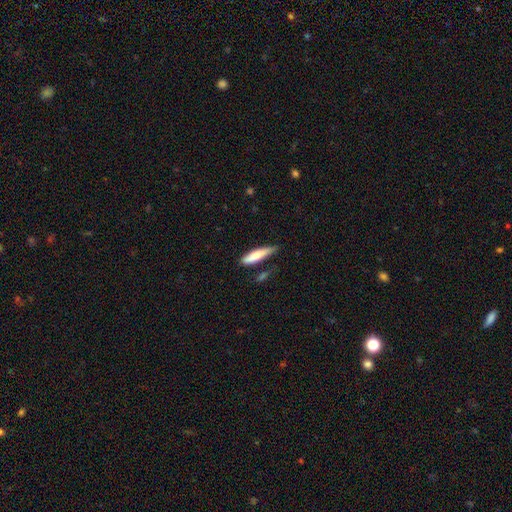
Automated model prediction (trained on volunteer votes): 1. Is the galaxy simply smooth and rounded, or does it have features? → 76% smooth, 19% featured or disk, 6% star or artifact.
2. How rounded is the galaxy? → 78% cigar-shaped, 20% in between, 2% round.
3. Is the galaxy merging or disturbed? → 66% none, 23% minor disturbance, 5% merger, 5% major disturbance.